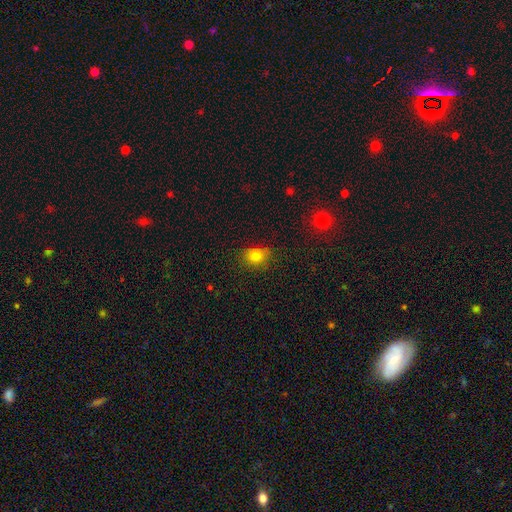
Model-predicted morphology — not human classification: Overall: smooth (81%). How rounded: round (53%; in between 46%). Merging: none (73%).